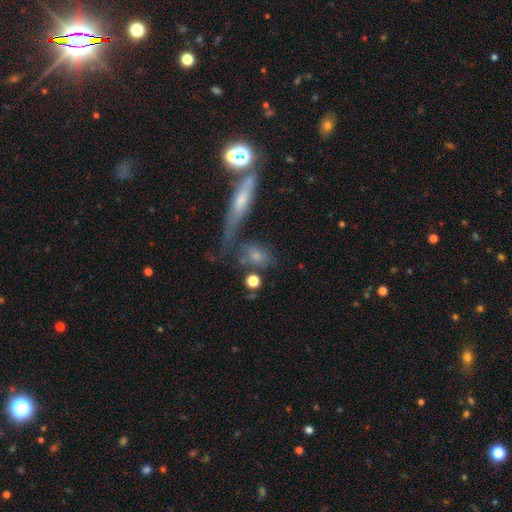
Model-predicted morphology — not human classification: Smooth or featured: smooth — 66% (featured or disk — 23%)
How rounded: in between — 53% (round — 29%)
Merging: none — 54% (merger — 19%)